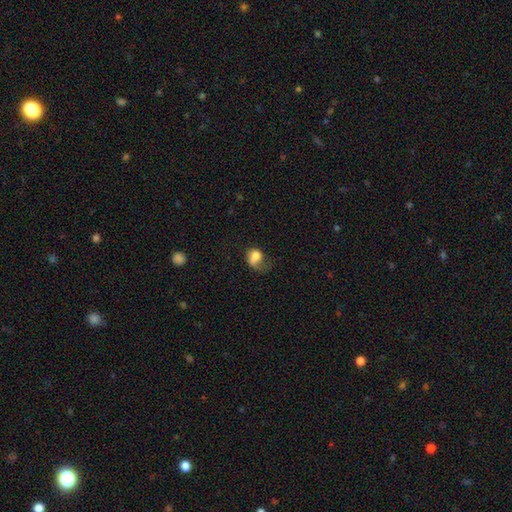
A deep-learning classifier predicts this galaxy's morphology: A smooth galaxy with no disk features (69%) that is in between round and cigar-shaped (58%).

Vote fractions:
- Smooth or featured? smooth: 69% / featured or disk: 22% / star or artifact: 9%
- How rounded? in between: 58% / round: 41% / cigar-shaped: 1%
- Merging? major disturbance: 48% / none: 25% / minor disturbance: 24% / merger: 3%